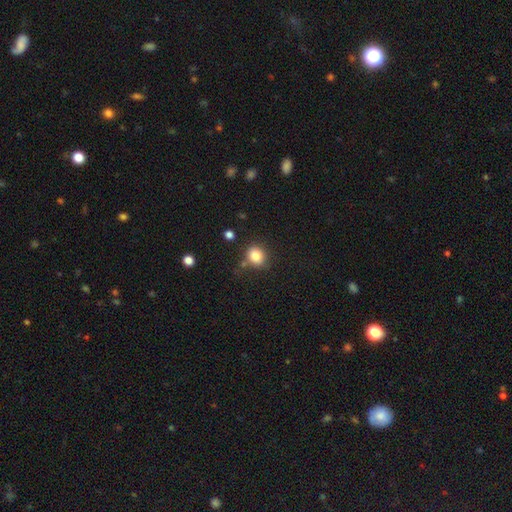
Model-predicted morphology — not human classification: Smooth or featured: smooth — 83% (star or artifact — 11%)
How rounded: round — 70% (in between — 29%)
Merging: none — 76% (minor disturbance — 14%)